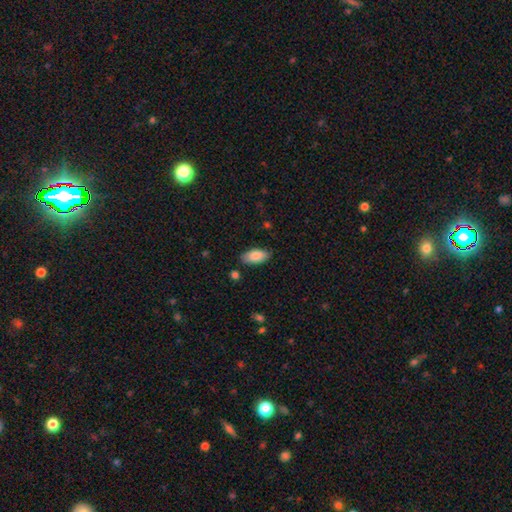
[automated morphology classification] Overall: smooth (85%). How rounded: in between (91%). Merging: none (85%).